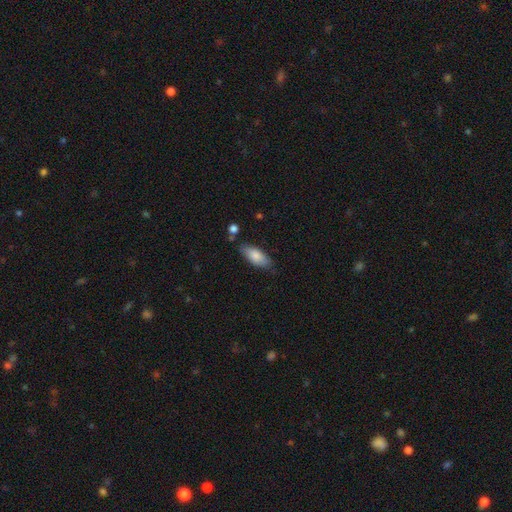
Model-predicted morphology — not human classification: A smooth galaxy with no disk features (82%) that is in between round and cigar-shaped (79%).

Vote fractions:
- Smooth or featured? smooth: 82% / featured or disk: 12% / star or artifact: 6%
- How rounded? in between: 79% / cigar-shaped: 19% / round: 2%
- Merging? none: 75% / minor disturbance: 18% / merger: 4% / major disturbance: 4%